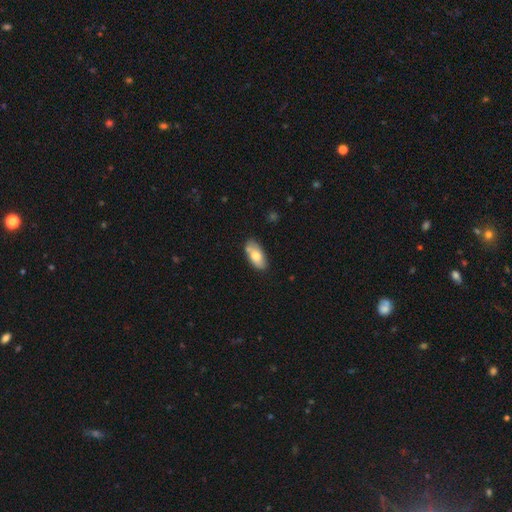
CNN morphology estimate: Smooth or featured?
  - smooth: 74% *
  - featured or disk: 20%
  - star or artifact: 6%
How rounded?
  - in between: 90% *
  - cigar-shaped: 7%
  - round: 3%
Merging?
  - none: 72% *
  - minor disturbance: 19%
  - merger: 6%
  - major disturbance: 3%